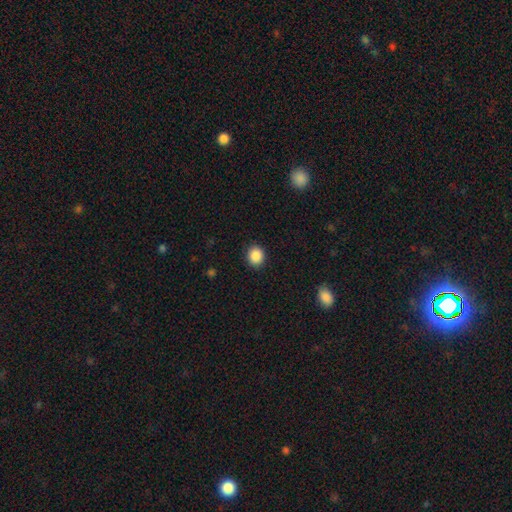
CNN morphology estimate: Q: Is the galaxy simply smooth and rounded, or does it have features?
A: smooth — 88%.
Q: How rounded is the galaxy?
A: round — 73%.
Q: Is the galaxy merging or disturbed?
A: none — 91%.